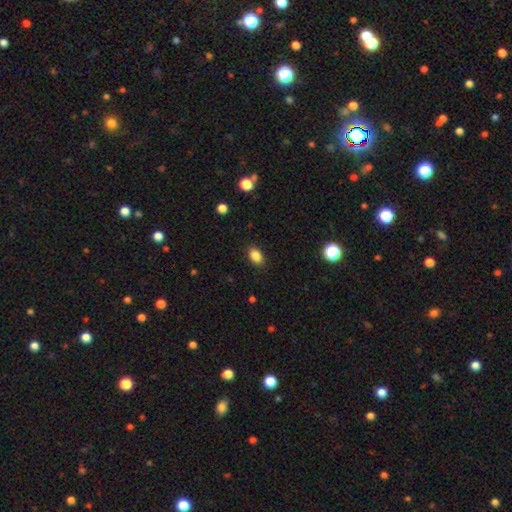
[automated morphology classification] type=smooth (86%); roundness=in between (81%); merging=none (88%).